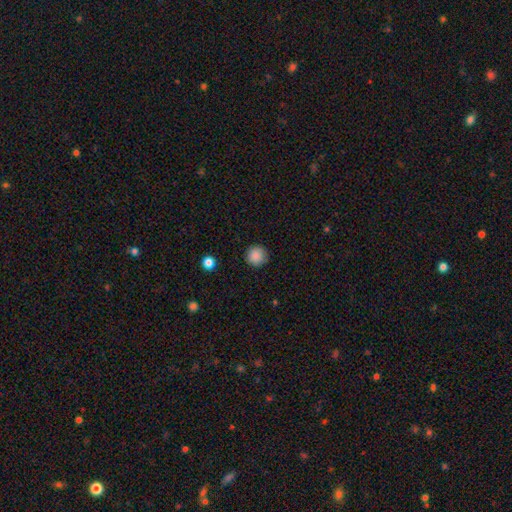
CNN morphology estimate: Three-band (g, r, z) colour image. It shows a smooth galaxy with no disk features (88%) that is round (95%). Merging: none (91%).